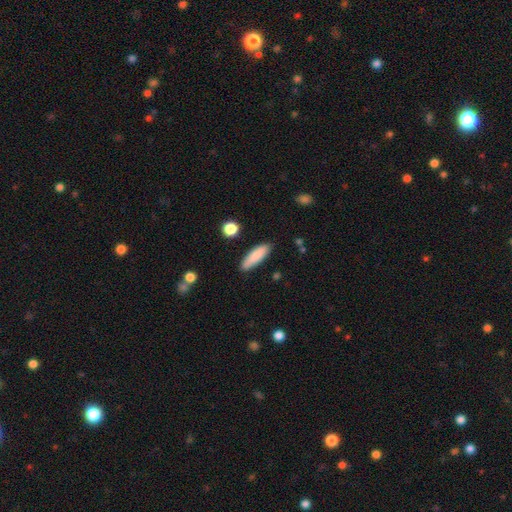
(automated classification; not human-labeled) Morphology: type=smooth (85%); roundness=cigar-shaped (55%); merging=none (85%).